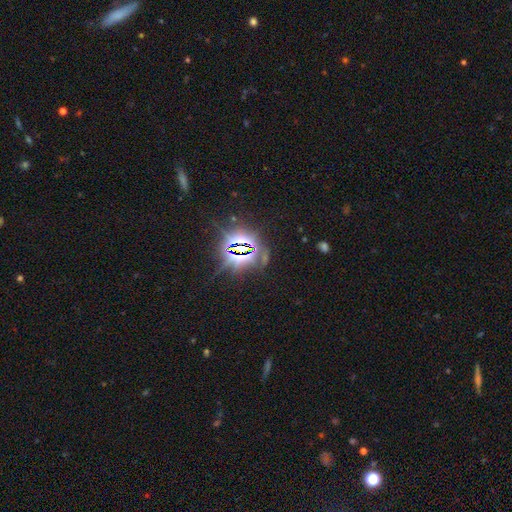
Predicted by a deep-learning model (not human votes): star or artifact 81%, smooth 11%, featured or disk 8%.